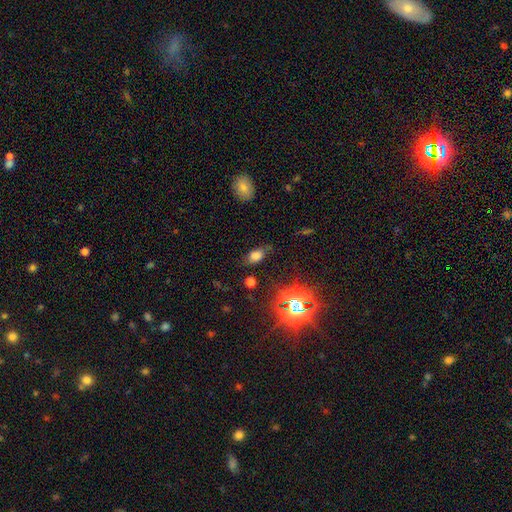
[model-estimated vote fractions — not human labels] Smooth or featured: smooth — 69% (star or artifact — 21%)
How rounded: in between — 85% (round — 12%)
Merging: none — 70% (minor disturbance — 21%)